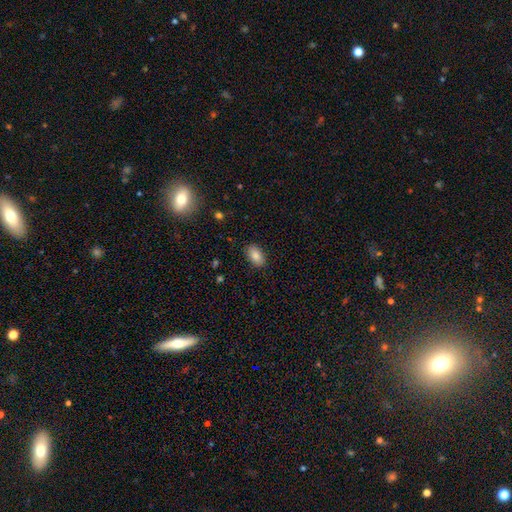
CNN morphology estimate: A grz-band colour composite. It shows a smooth galaxy with no disk features (86%) that is in between round and cigar-shaped (92%). Merging: none (87%).